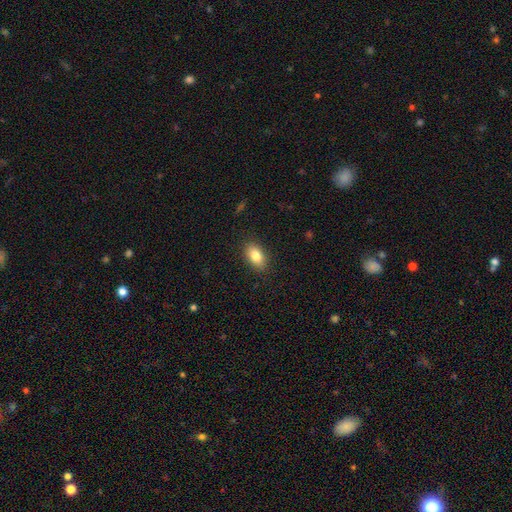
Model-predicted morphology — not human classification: Smooth or featured? Predicted: smooth (p=0.84). How rounded? Predicted: in between (p=0.90). Merging? Predicted: none (p=0.87).